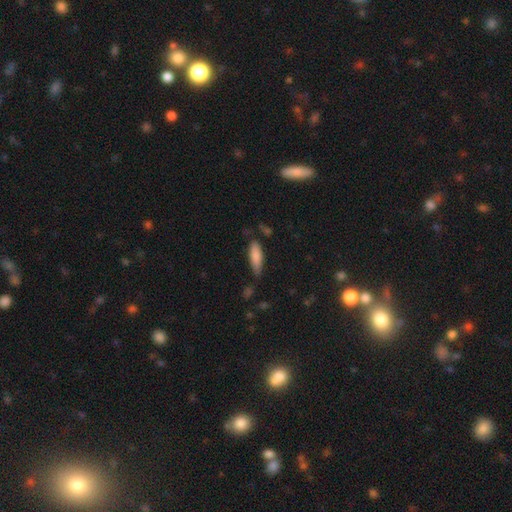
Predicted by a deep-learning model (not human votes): A smooth galaxy with no disk features (83%) that is in between round and cigar-shaped (54%). Merging: none (64%).